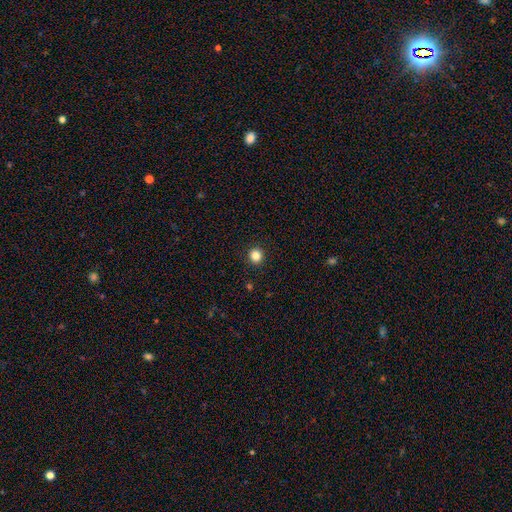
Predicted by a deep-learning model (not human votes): Morphology: type=smooth (84%); roundness=round (92%); merging=none (93%).